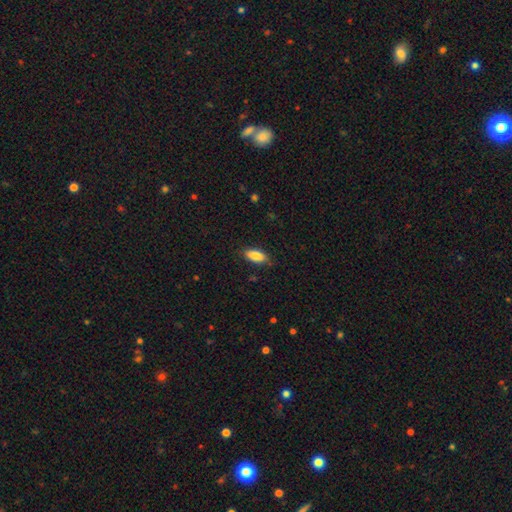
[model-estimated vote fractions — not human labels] smooth 86%, featured or disk 7%, star or artifact 7%. Down the decision tree: how rounded — in between (85%); merging — none (82%).